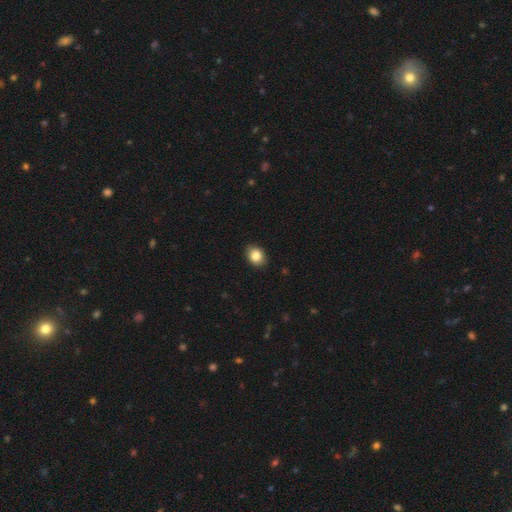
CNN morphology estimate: Overall: smooth (86%). How rounded: in between (54%; round 45%). Merging: none (89%).